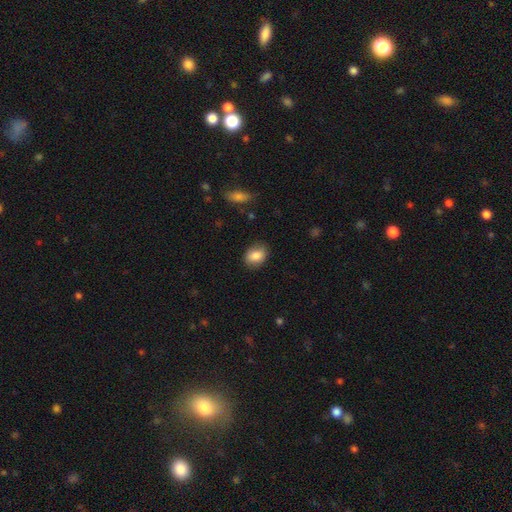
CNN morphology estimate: The model was most divided on "how rounded": in between: 61%, round: 38%, cigar-shaped: 1%. More confident: smooth or featured — smooth (84%); merging — none (84%).